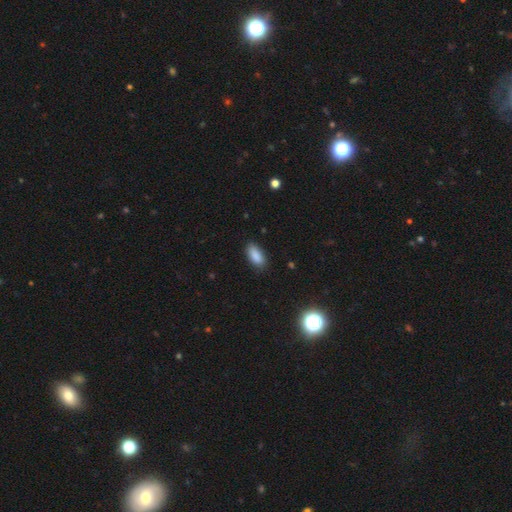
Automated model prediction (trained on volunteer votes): Smooth or featured: smooth — 87% (star or artifact — 8%)
How rounded: in between — 87% (cigar-shaped — 10%)
Merging: none — 84% (minor disturbance — 12%)